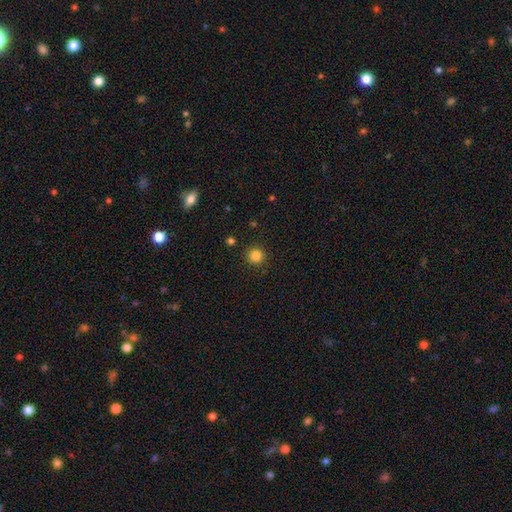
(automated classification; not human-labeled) smooth 84%, star or artifact 12%, featured or disk 4%. Down the decision tree: how rounded — round (95%); merging — none (91%).